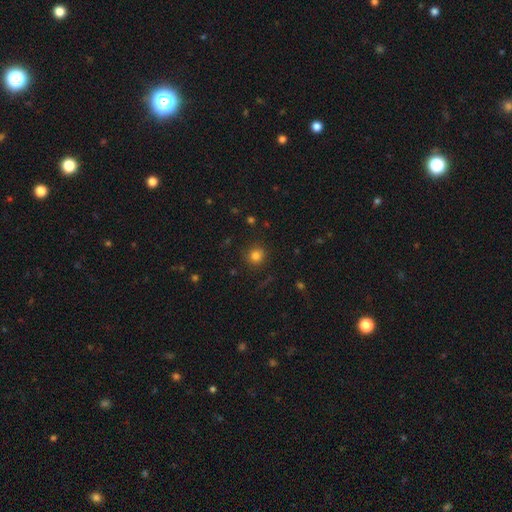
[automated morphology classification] smooth 81%, star or artifact 14%, featured or disk 6%. Down the decision tree: how rounded — round (90%); merging — none (87%).